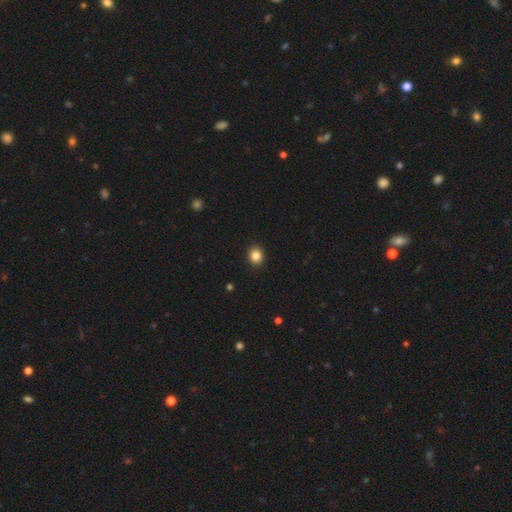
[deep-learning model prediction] Q: Smooth or featured?
A: smooth (85%); runner-up: star or artifact (10%)
Q: How rounded?
A: round (71%); runner-up: in between (28%)
Q: Merging?
A: none (92%); runner-up: minor disturbance (5%)